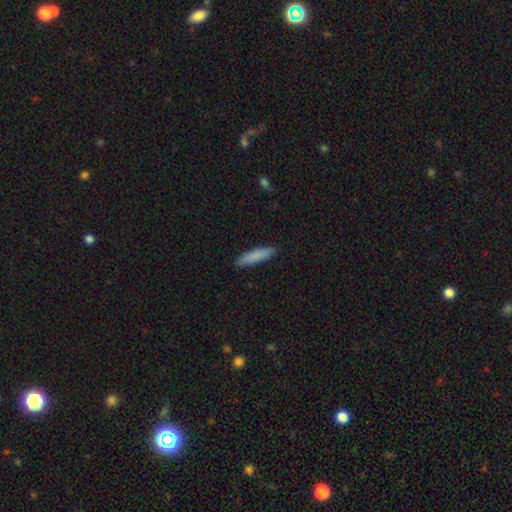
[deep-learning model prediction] Q: Smooth or featured?
A: smooth (85%); runner-up: featured or disk (9%)
Q: How rounded?
A: cigar-shaped (83%); runner-up: in between (16%)
Q: Merging?
A: none (88%); runner-up: minor disturbance (9%)